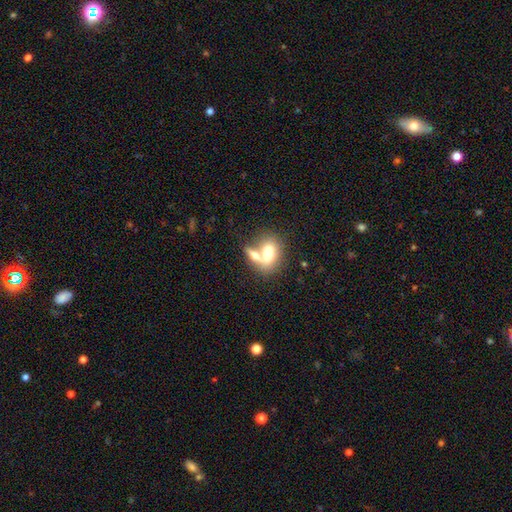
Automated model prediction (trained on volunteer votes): Q: Smooth or featured?
A: smooth (71%); runner-up: featured or disk (22%)
Q: How rounded?
A: in between (77%); runner-up: round (18%)
Q: Merging?
A: merger (61%); runner-up: none (26%)